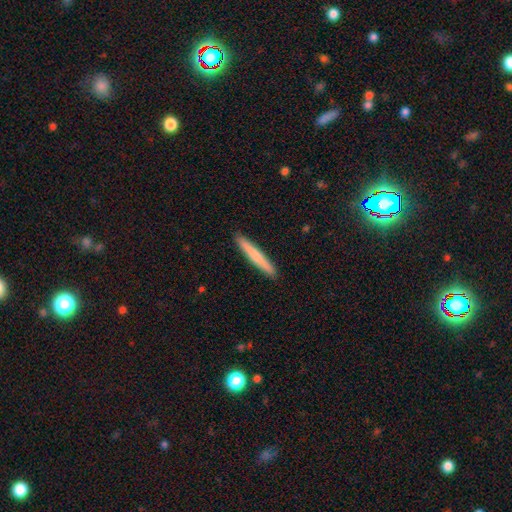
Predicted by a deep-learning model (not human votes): A smooth galaxy with no disk features (71%) that is cigar-shaped (96%). Merging: none (92%).